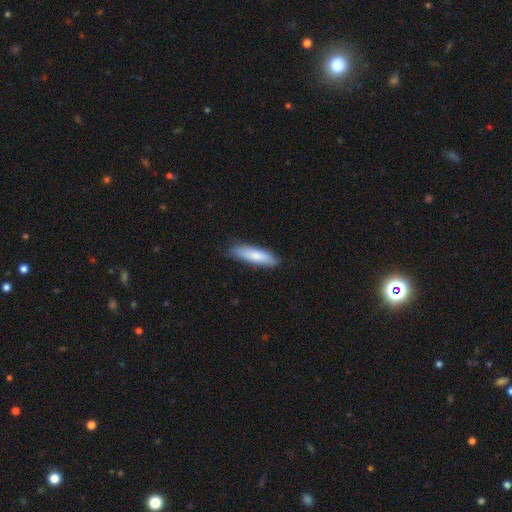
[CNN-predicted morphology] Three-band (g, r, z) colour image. It shows a smooth galaxy with no disk features (79%) that is cigar-shaped (66%). Merging: none (83%).